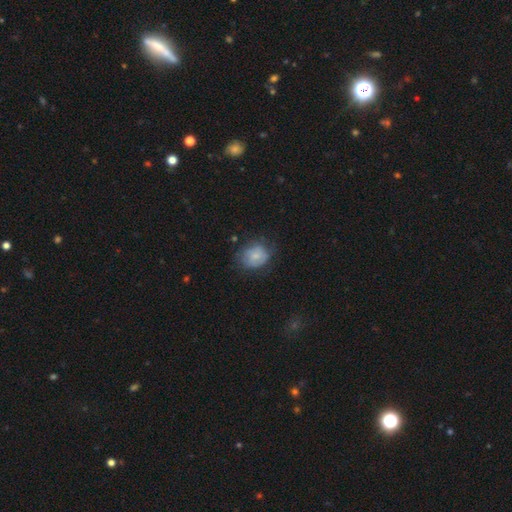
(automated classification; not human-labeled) Morphology: type=smooth (63%); roundness=round (59%); merging=none (60%).